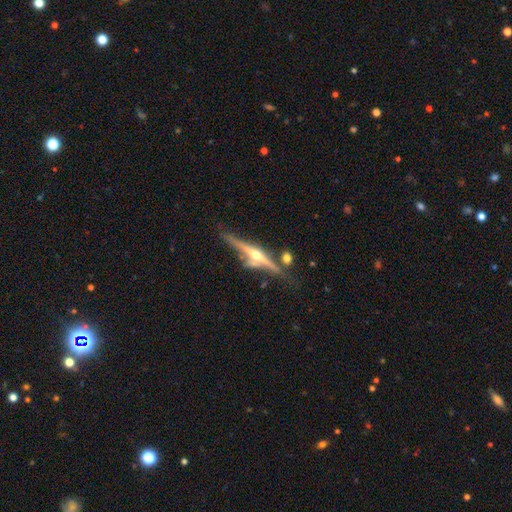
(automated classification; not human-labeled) Smooth or featured? featured or disk (83%)
Edge-on disk? yes (97%)
Edge-on bulge? rounded (94%)
Merging? none (73%)